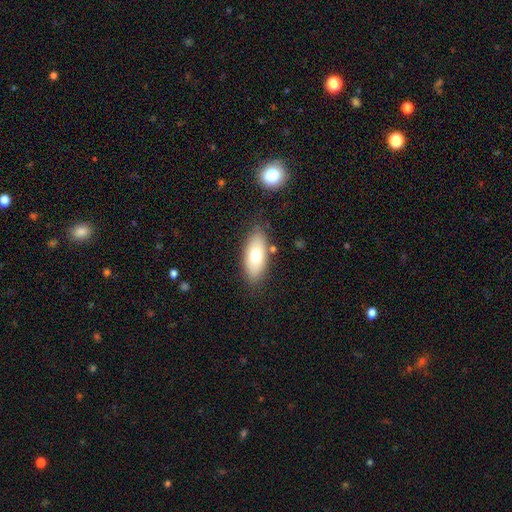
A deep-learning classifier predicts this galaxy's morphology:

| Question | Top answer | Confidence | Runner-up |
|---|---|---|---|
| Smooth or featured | smooth | 70% | featured or disk (22%) |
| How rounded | in between | 85% | cigar-shaped (12%) |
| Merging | none | 80% | minor disturbance (13%) |